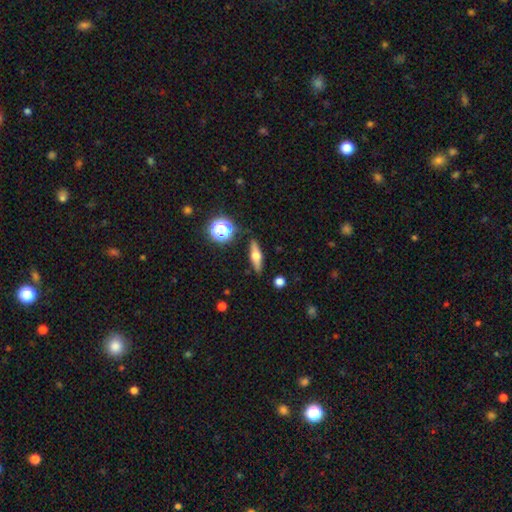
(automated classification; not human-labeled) smooth_or_featured: featured or disk (p=0.47) [alt: smooth p=0.44]
merging: none (p=0.86) [alt: minor disturbance p=0.10]